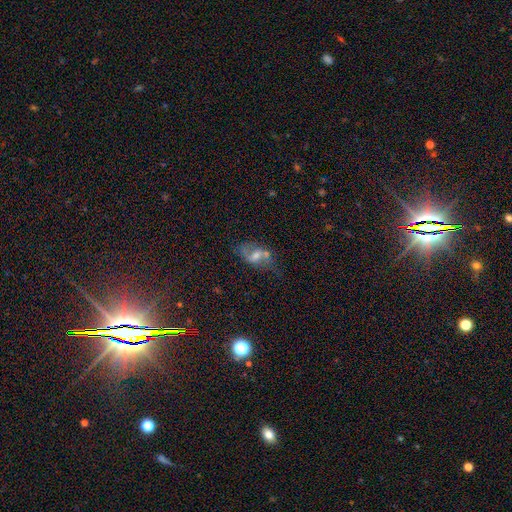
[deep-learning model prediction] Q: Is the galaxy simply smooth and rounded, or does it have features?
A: featured or disk — 62%.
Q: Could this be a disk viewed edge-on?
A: no — 94%.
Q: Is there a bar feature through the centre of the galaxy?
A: weak — 48%.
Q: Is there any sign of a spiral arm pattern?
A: yes — 78%.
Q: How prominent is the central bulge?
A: moderate — 44%.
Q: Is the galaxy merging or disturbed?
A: none — 52%.